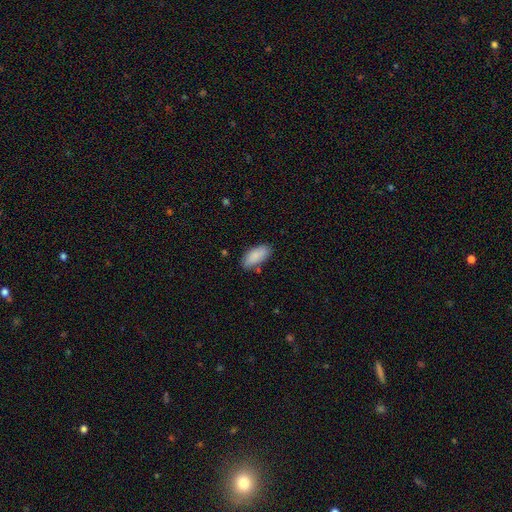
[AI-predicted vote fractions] smooth 87%, featured or disk 6%, star or artifact 6%. Down the decision tree: how rounded — in between (89%); merging — none (79%).